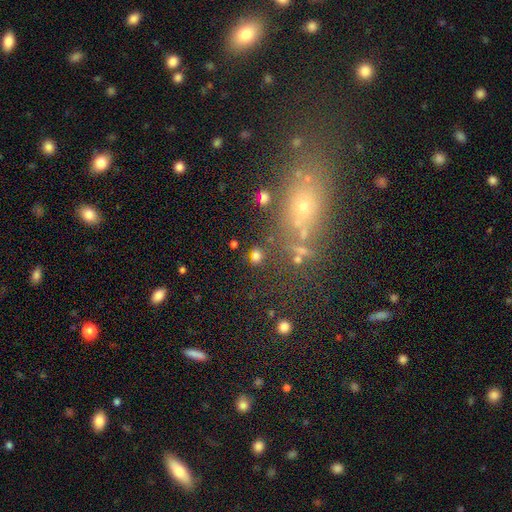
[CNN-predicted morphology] The model was most divided on "how rounded": round: 56%, in between: 42%, cigar-shaped: 2%. More confident: merging — none (75%); smooth or featured — smooth (72%).